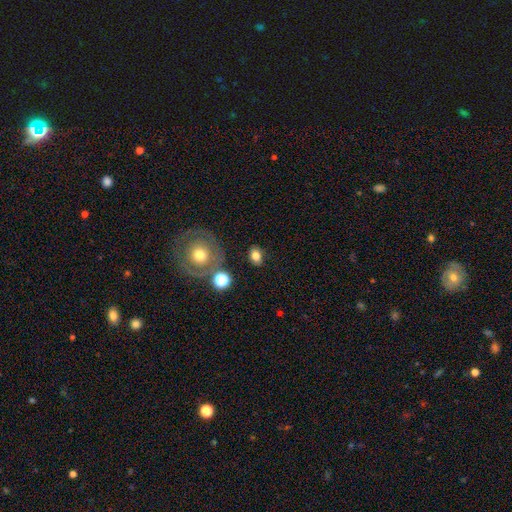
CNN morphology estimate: A smooth galaxy with no disk features (77%) that is in between round and cigar-shaped (64%).

Vote fractions:
- Smooth or featured? smooth: 77% / featured or disk: 12% / star or artifact: 11%
- How rounded? in between: 64% / round: 34% / cigar-shaped: 1%
- Merging? none: 81% / minor disturbance: 11% / merger: 4% / major disturbance: 4%